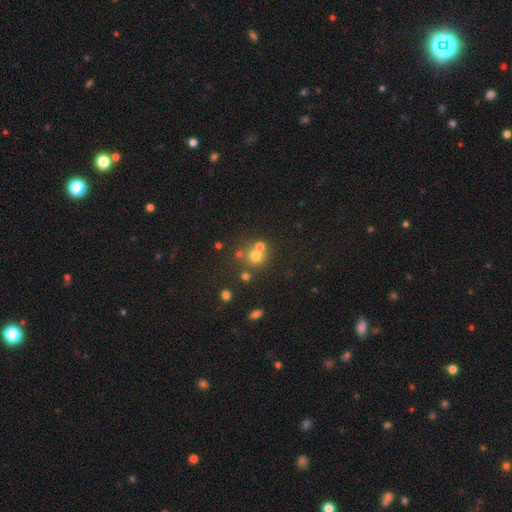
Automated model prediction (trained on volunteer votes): smooth_or_featured: smooth (p=0.66) [alt: star or artifact p=0.20]
how_rounded: round (p=0.86) [alt: in between p=0.13]
merging: none (p=0.51) [alt: merger p=0.37]